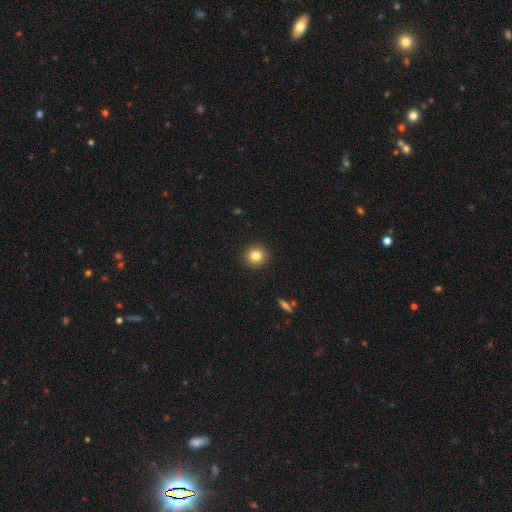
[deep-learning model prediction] Smooth or featured? Predicted: smooth (p=0.82). How rounded? Predicted: round (p=0.92). Merging? Predicted: none (p=0.92).